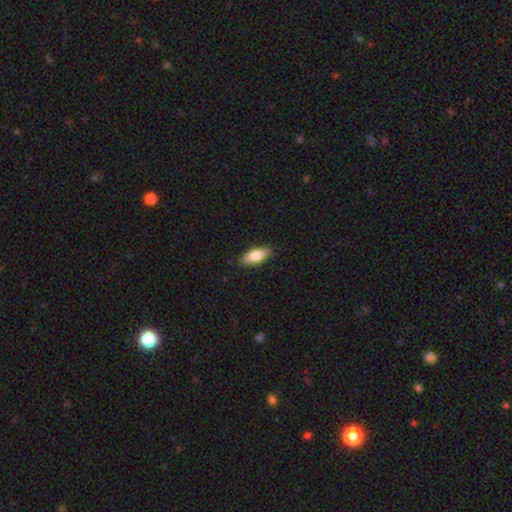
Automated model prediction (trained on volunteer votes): smooth_or_featured: smooth (p=0.75) [alt: featured or disk p=0.18]
how_rounded: in between (p=0.75) [alt: cigar-shaped p=0.23]
merging: none (p=0.87) [alt: minor disturbance p=0.10]